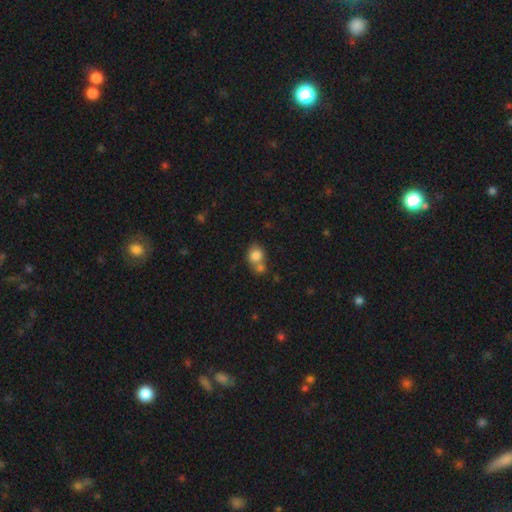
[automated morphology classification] smooth_or_featured: smooth (p=0.81) [alt: featured or disk p=0.10]
how_rounded: round (p=0.61) [alt: in between p=0.38]
merging: merger (p=0.47) [alt: none p=0.38]